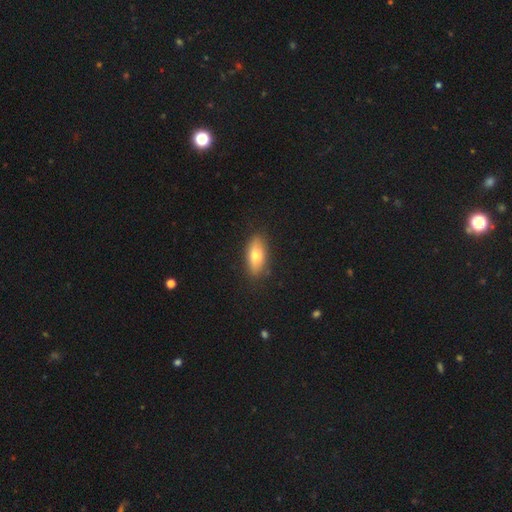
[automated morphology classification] The model was most divided on "smooth or featured": smooth: 70%, featured or disk: 24%, star or artifact: 7%. More confident: merging — none (85%); how rounded — in between (76%).